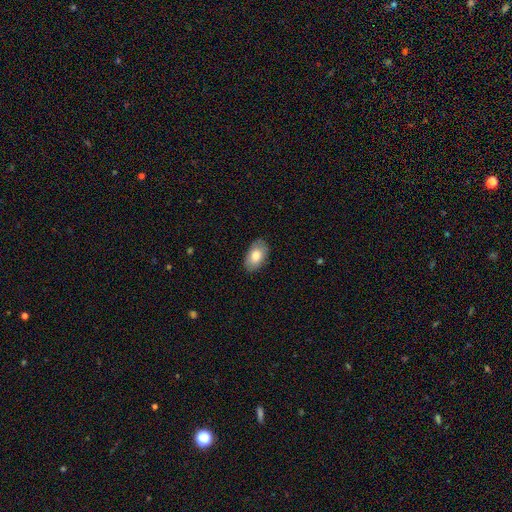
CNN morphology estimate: smooth-or-featured: smooth: 80% | featured or disk: 14% | star or artifact: 6%
  how-rounded: in between: 94% | round: 5% | cigar-shaped: 1%
  merging: none: 84% | minor disturbance: 12% | major disturbance: 3% | merger: 1%